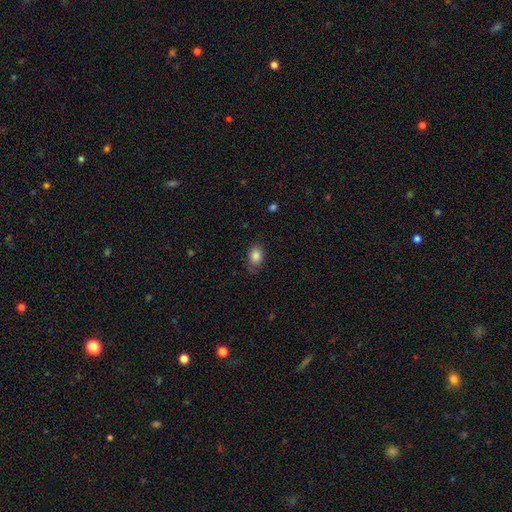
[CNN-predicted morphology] Smooth or featured? Predicted: smooth (p=0.84). How rounded? Predicted: in between (p=0.73). Merging? Predicted: none (p=0.72).